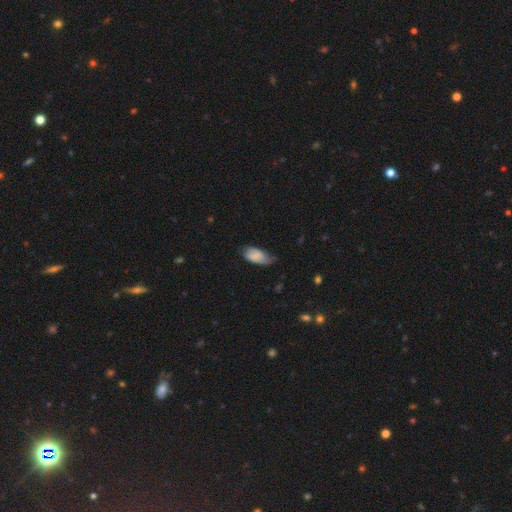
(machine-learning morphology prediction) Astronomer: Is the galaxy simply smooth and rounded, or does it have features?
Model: smooth — 73%.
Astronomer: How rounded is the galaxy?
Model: in between — 92%.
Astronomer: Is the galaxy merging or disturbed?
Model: minor disturbance — 43%, tied with none at 43%.